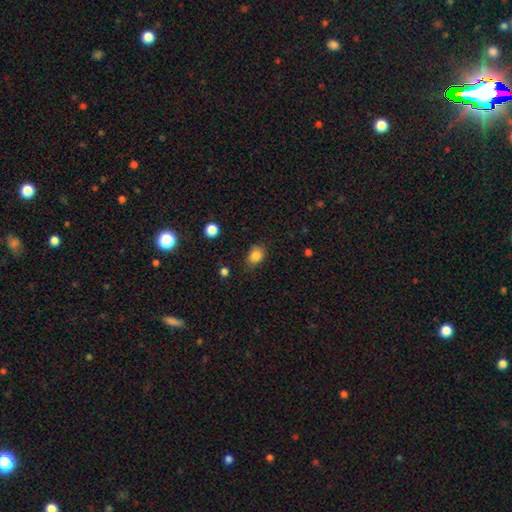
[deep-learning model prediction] Smooth or featured?
  - smooth: 85% *
  - star or artifact: 10%
  - featured or disk: 5%
How rounded?
  - in between: 63% *
  - round: 36%
  - cigar-shaped: 1%
Merging?
  - none: 78% *
  - minor disturbance: 17%
  - major disturbance: 4%
  - merger: 2%